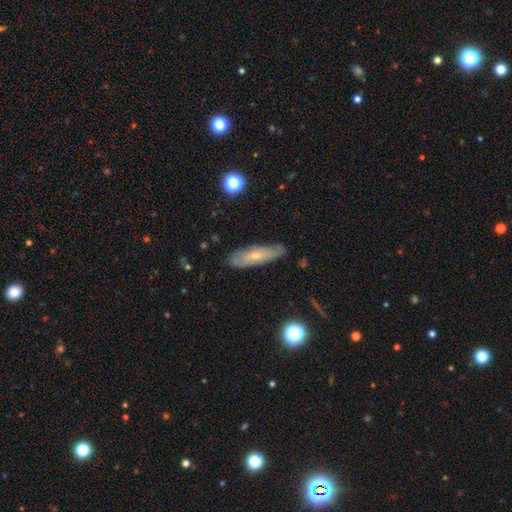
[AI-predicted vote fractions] A featured or disk galaxy (47%).

Vote fractions:
- Smooth or featured? featured or disk: 47% / smooth: 45% / star or artifact: 7%
- Merging? none: 77% / minor disturbance: 18% / major disturbance: 3% / merger: 1%